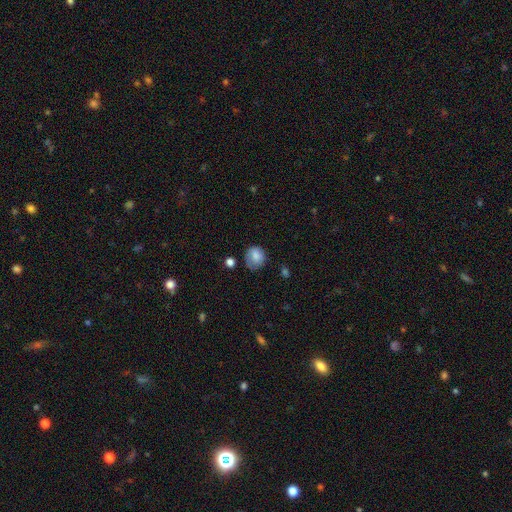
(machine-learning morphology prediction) Overall: smooth (80%). How rounded: round (76%). Merging: none (61%; minor disturbance 28%).